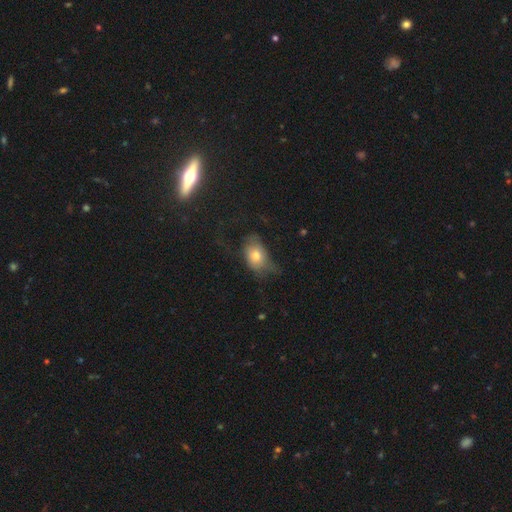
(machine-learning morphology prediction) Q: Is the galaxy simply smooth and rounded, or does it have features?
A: smooth — 69%.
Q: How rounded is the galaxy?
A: in between — 81%.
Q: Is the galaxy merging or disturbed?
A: none — 36%.